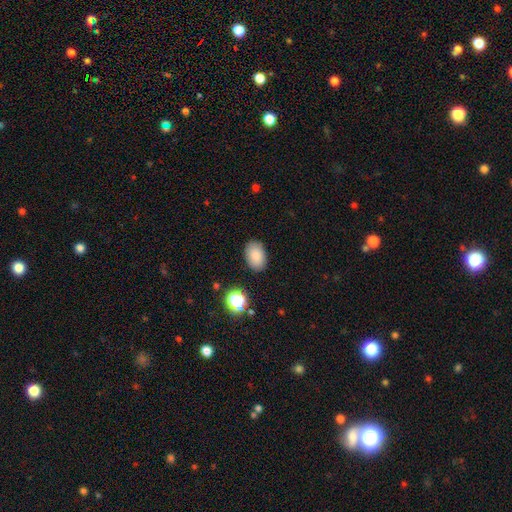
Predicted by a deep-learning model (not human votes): Smooth or featured?
  - smooth: 84% *
  - star or artifact: 10%
  - featured or disk: 6%
How rounded?
  - in between: 85% *
  - round: 14%
  - cigar-shaped: 1%
Merging?
  - none: 85% *
  - minor disturbance: 10%
  - major disturbance: 3%
  - merger: 2%